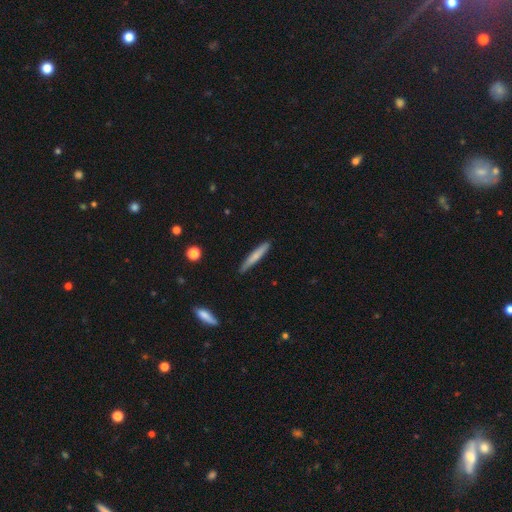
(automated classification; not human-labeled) A smooth galaxy with no disk features (68%) that is cigar-shaped (95%). Merging: none (85%).